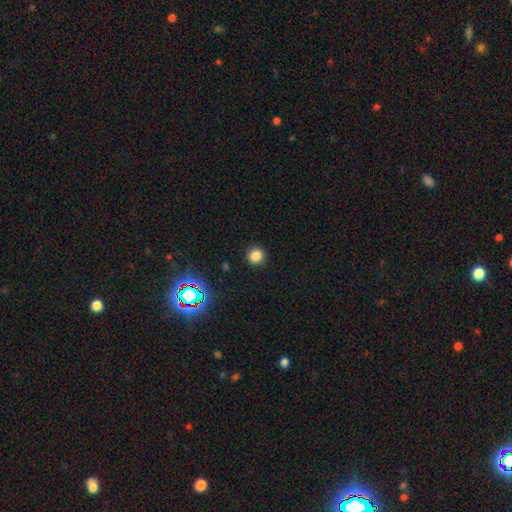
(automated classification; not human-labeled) smooth 81%, star or artifact 15%, featured or disk 4%. Down the decision tree: how rounded — round (92%); merging — none (91%).